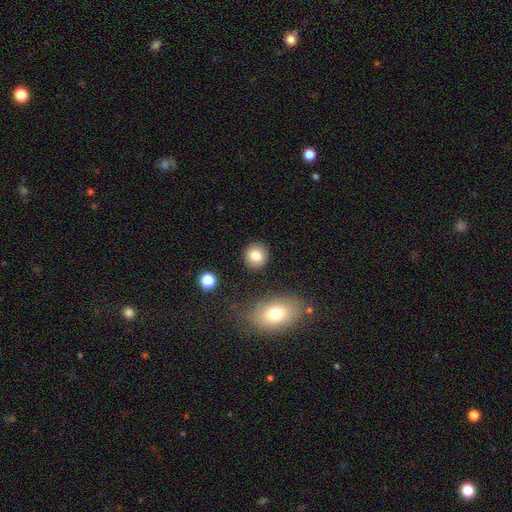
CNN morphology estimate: A smooth galaxy with no disk features (83%) that is round (88%). Merging: none (88%).